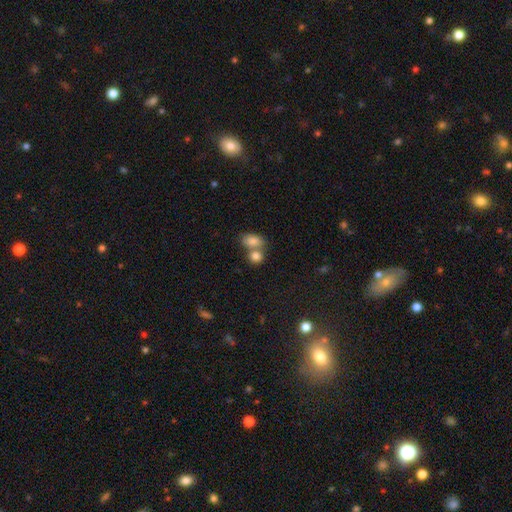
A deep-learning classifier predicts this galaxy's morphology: Q: Smooth or featured?
A: smooth (82%); runner-up: star or artifact (9%)
Q: How rounded?
A: round (50%); runner-up: in between (48%)
Q: Merging?
A: merger (50%); runner-up: none (38%)